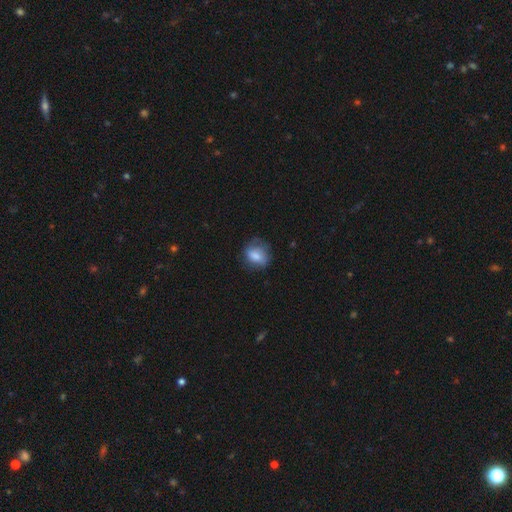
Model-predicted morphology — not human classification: Q: Smooth or featured?
A: smooth (77%); runner-up: featured or disk (15%)
Q: How rounded?
A: in between (52%); runner-up: round (47%)
Q: Merging?
A: none (61%); runner-up: minor disturbance (27%)